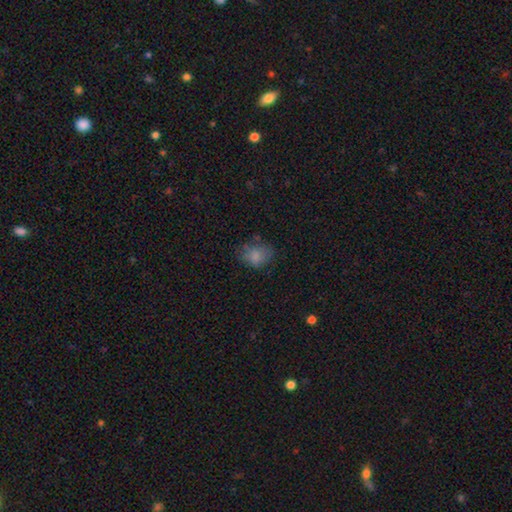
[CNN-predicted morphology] Smooth or featured: smooth — 77% (featured or disk — 12%)
How rounded: in between — 56% (round — 43%)
Merging: none — 60% (minor disturbance — 26%)